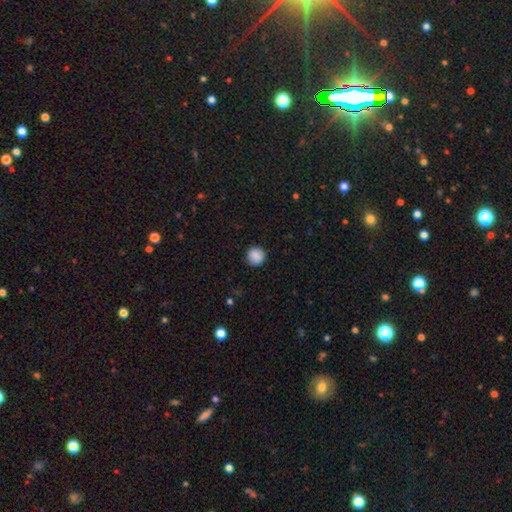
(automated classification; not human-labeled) Smooth or featured? Predicted: smooth (p=0.89). How rounded? Predicted: round (p=0.94). Merging? Predicted: none (p=0.91).